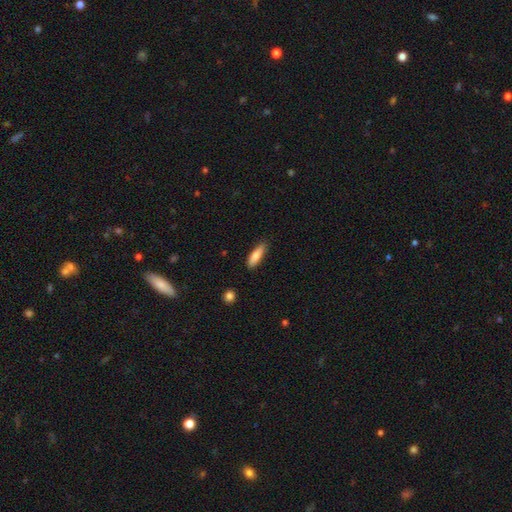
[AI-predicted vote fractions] smooth 80%, featured or disk 13%, star or artifact 6%. Down the decision tree: how rounded — cigar-shaped (58%); merging — none (83%).